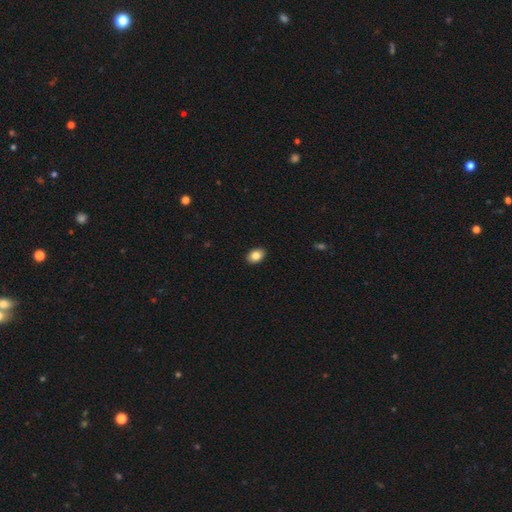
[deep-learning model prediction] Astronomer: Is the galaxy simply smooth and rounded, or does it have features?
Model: smooth — 85%.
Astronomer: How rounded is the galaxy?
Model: in between — 81%.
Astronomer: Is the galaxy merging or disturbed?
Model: none — 91%.